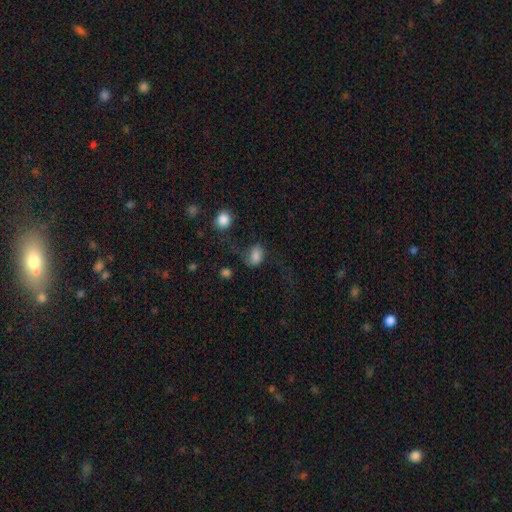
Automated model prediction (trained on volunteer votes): Smooth or featured: smooth — 76% (featured or disk — 12%)
How rounded: in between — 71% (round — 28%)
Merging: none — 47% (minor disturbance — 23%)